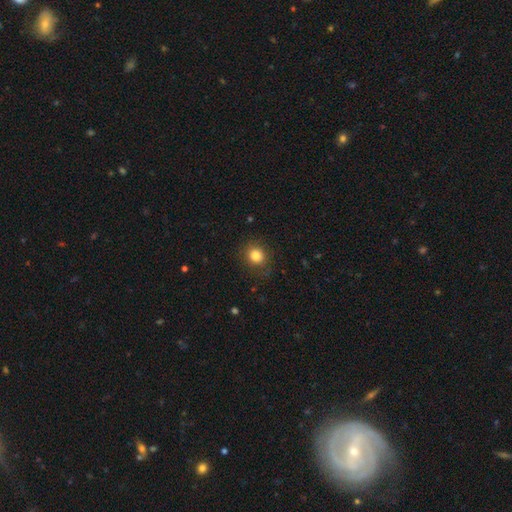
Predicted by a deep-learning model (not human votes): Overall: smooth (83%). How rounded: round (77%). Merging: none (82%).